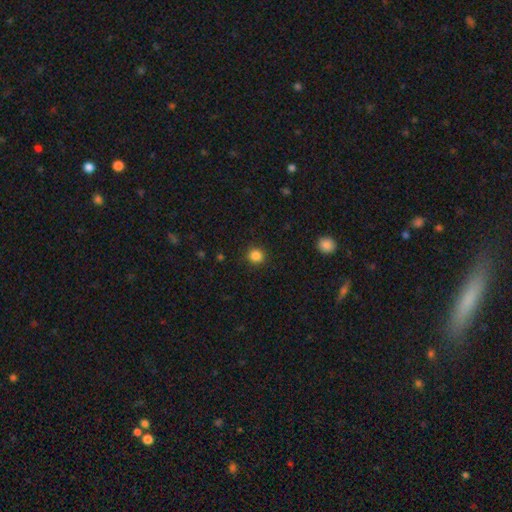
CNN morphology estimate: smooth 85%, star or artifact 12%, featured or disk 3%. Down the decision tree: how rounded — round (92%); merging — none (90%).